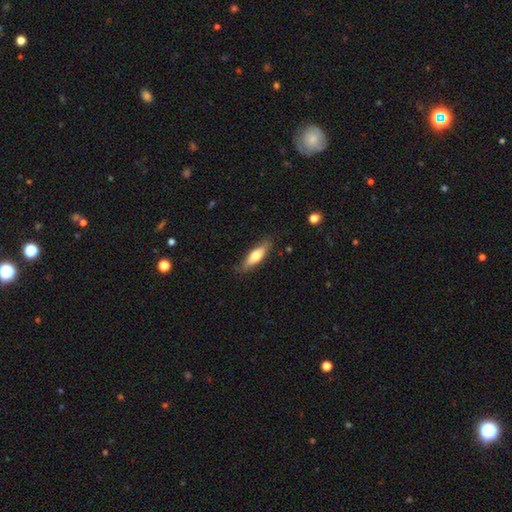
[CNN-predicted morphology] smooth 62%, featured or disk 32%, star or artifact 6%. Down the decision tree: how rounded — in between (51%); merging — none (80%).